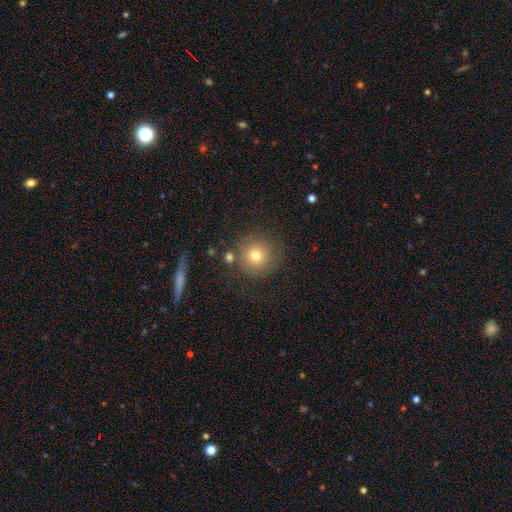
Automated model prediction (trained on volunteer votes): Smooth or featured? smooth (75%)
How rounded? round (94%)
Merging? none (80%)